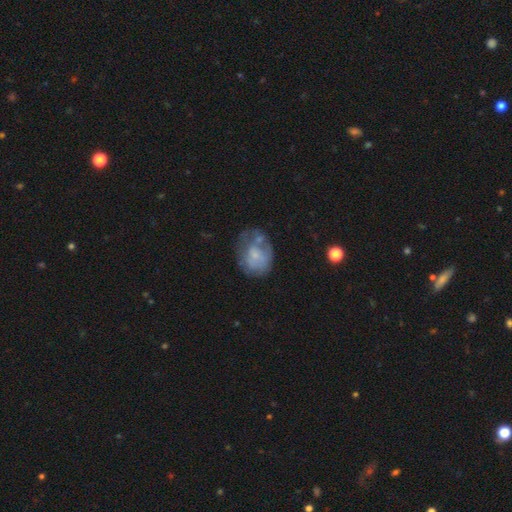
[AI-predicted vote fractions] A smooth galaxy with no disk features (46%). Merging: none (38%).